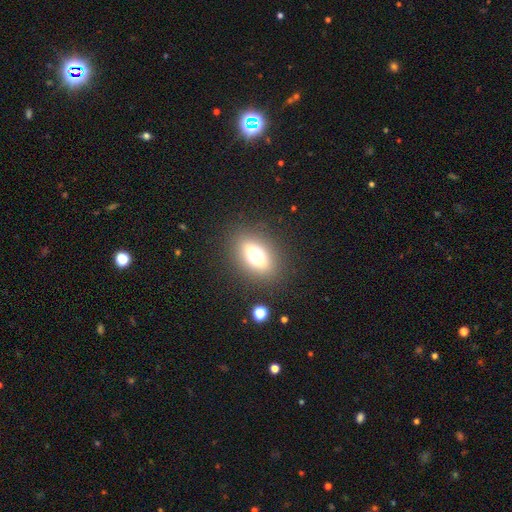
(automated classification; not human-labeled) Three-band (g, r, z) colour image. It shows a smooth galaxy with no disk features (65%) that is in between round and cigar-shaped (71%). Merging: none (85%).